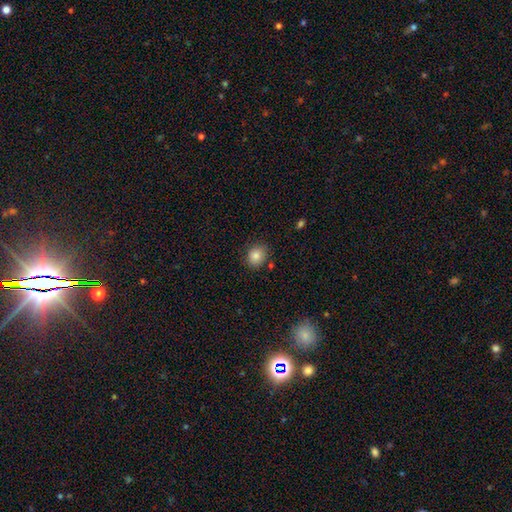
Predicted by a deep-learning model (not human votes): A smooth galaxy with no disk features (84%) that is round (70%). Merging: none (82%).